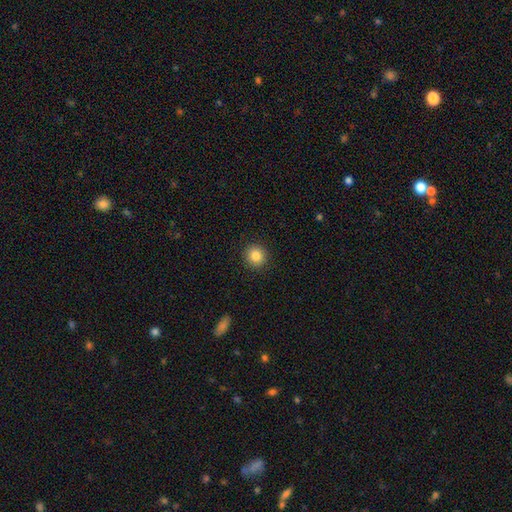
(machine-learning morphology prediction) A smooth galaxy with no disk features (84%) that is round (93%). Merging: none (92%).